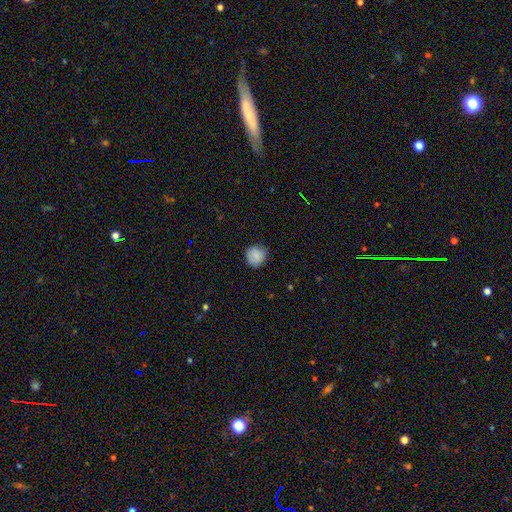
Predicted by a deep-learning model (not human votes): Smooth or featured: smooth — 86% (star or artifact — 8%)
How rounded: round — 91% (in between — 8%)
Merging: none — 82% (minor disturbance — 15%)